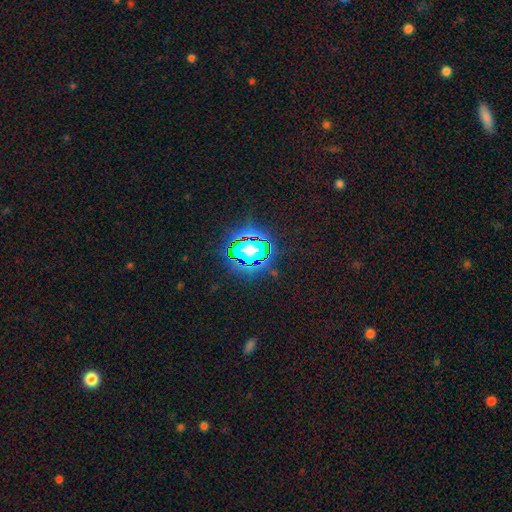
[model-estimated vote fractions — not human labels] Smooth or featured? star or artifact (79%)